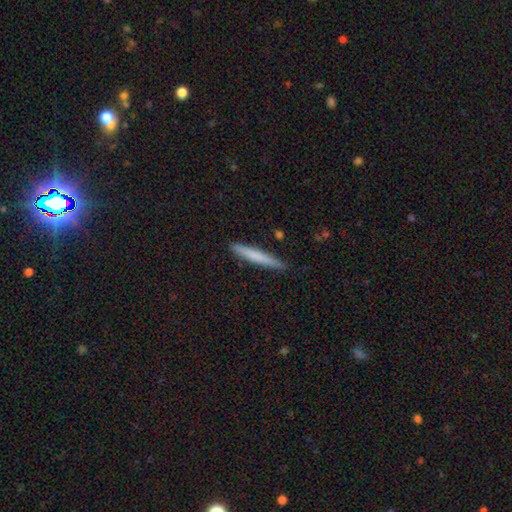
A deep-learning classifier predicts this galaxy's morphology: Smooth or featured? smooth (71%)
How rounded? cigar-shaped (96%)
Merging? none (87%)